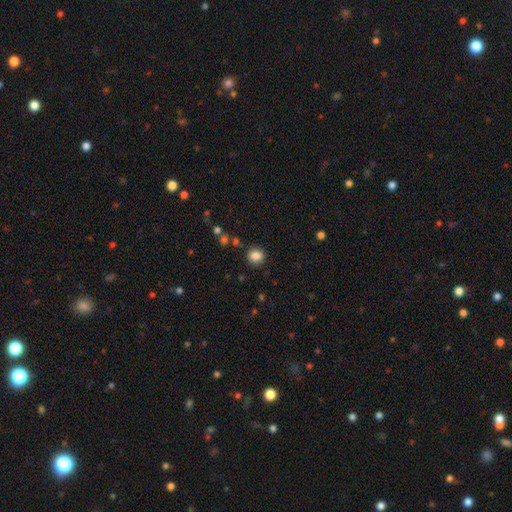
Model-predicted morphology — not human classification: type=smooth (84%); roundness=round (85%); merging=none (88%).